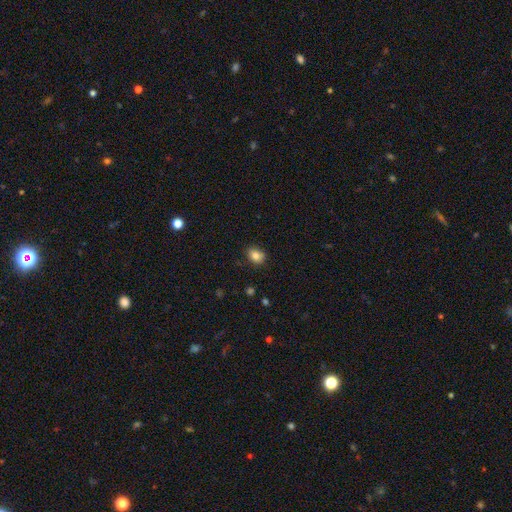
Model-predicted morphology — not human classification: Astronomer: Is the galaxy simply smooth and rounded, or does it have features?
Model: smooth — 84%.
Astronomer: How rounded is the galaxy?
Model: in between — 62% (runner-up: round, 37%).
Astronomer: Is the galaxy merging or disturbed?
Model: none — 86%.